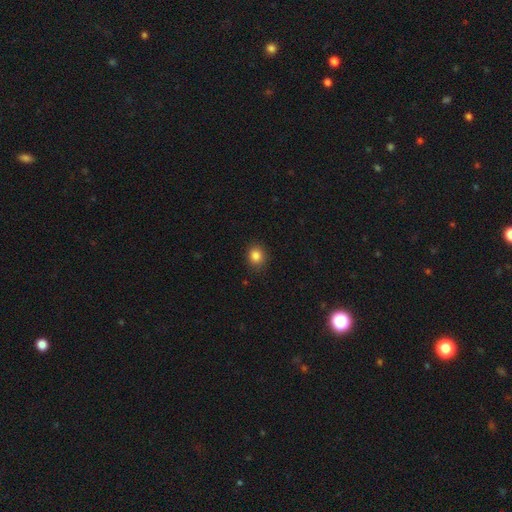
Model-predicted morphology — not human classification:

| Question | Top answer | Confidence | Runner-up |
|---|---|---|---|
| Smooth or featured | smooth | 85% | star or artifact (11%) |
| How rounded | round | 73% | in between (26%) |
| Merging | none | 88% | minor disturbance (9%) |